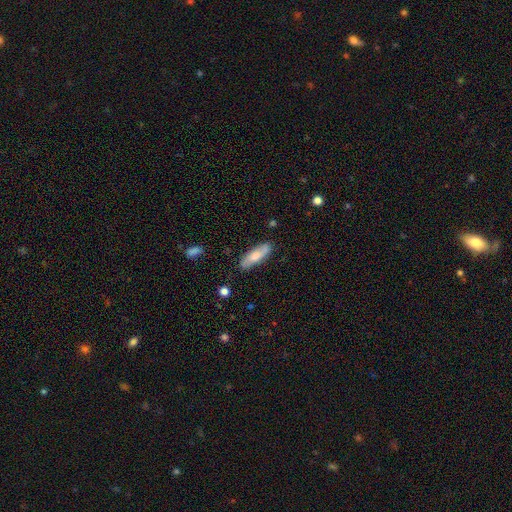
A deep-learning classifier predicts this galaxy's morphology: Smooth or featured? Predicted: smooth (p=0.63). How rounded? Predicted: in between (p=0.49, tied with cigar-shaped). Merging? Predicted: none (p=0.83).